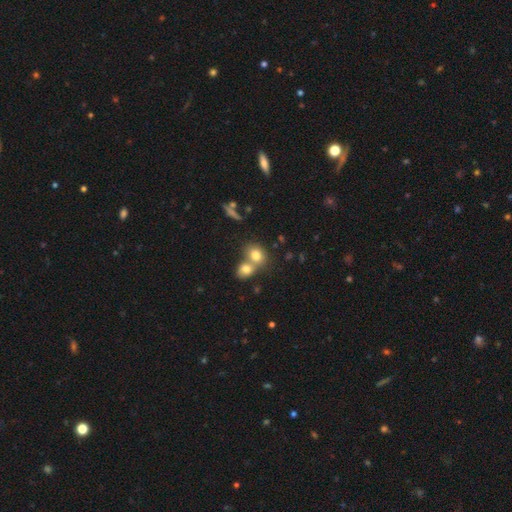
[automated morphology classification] A smooth galaxy with no disk features (76%) that is round (51%). Merging: merger (55%).